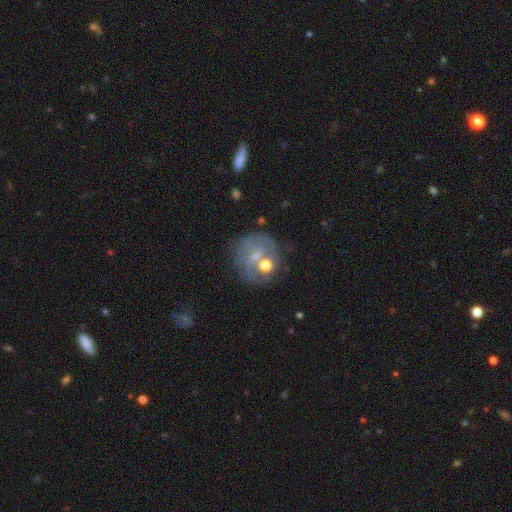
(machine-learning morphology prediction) This is possibly a featured or disk galaxy (49%). Merging: possibly none (53%).